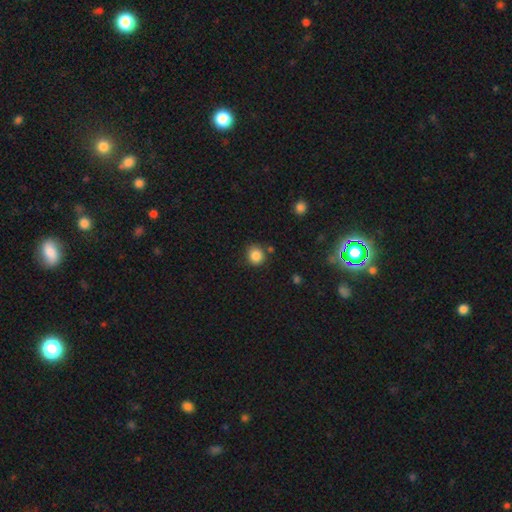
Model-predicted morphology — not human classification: A smooth galaxy with no disk features (85%) that is round (86%). Merging: none (81%).